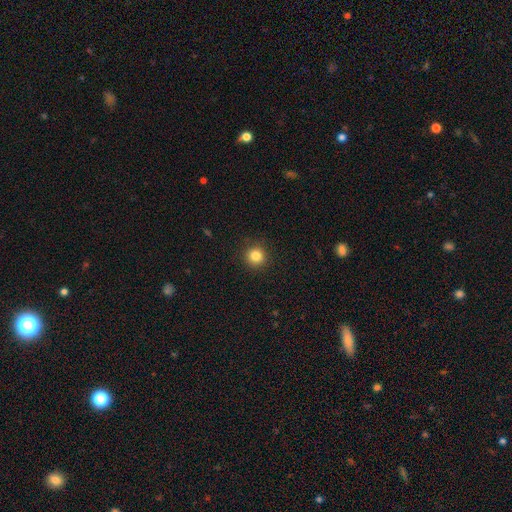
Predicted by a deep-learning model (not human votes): A smooth galaxy with no disk features (84%) that is round (93%).

Vote fractions:
- Smooth or featured? smooth: 84% / star or artifact: 12% / featured or disk: 5%
- How rounded? round: 93% / in between: 6% / cigar-shaped: 1%
- Merging? none: 91% / minor disturbance: 6% / major disturbance: 2% / merger: 1%